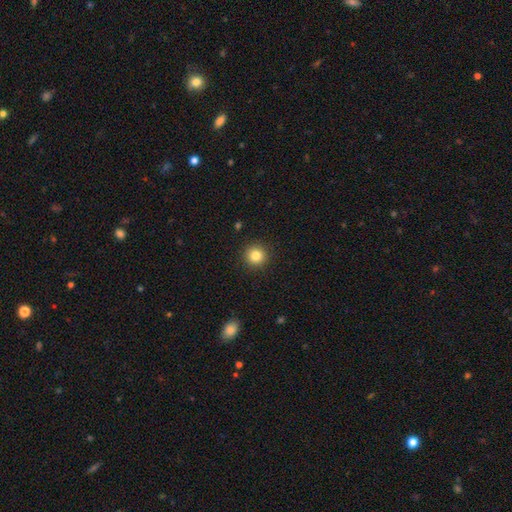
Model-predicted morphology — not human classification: Overall: smooth (84%). How rounded: round (95%). Merging: none (92%).